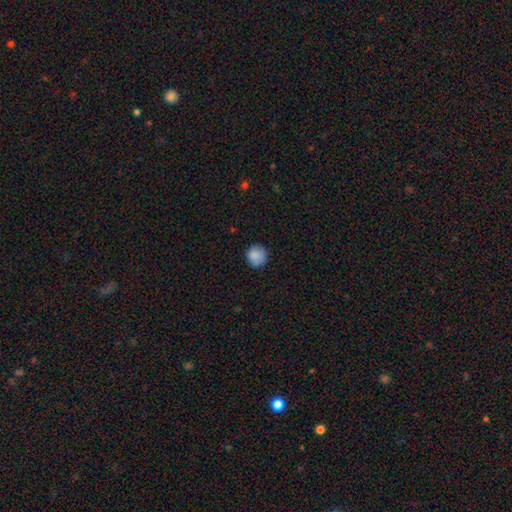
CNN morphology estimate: Smooth or featured? Predicted: smooth (p=0.87). How rounded? Predicted: round (p=0.91). Merging? Predicted: none (p=0.81).